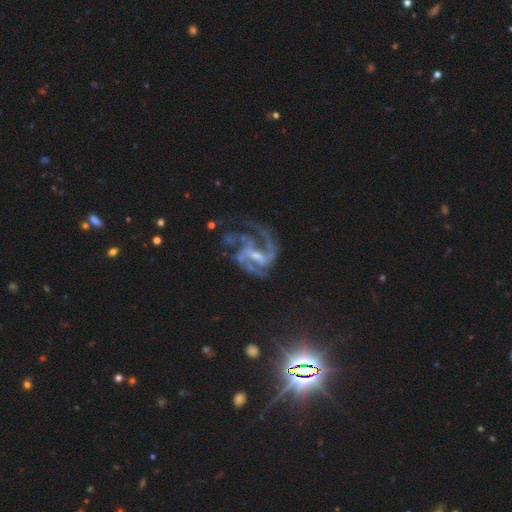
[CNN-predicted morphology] The model was most divided on "spiral arm count" (2-way tie): 3: 32%, 2: 32%, can't tell: 14%, 4: 9%, 1: 7%, more than 4: 6%. Remaining: edge-on disk — no (98%); spiral arms — yes (95%); smooth or featured — featured or disk (87%); spiral winding — medium (55%); bulge size — small (51%); bar — weak (46%); merging — none (44%).